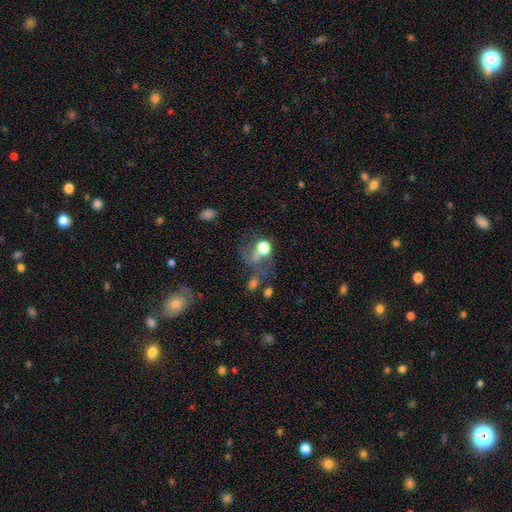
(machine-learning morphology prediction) Q: Smooth or featured?
A: smooth (41%); runner-up: featured or disk (30%)
Q: Merging?
A: none (32%); runner-up: major disturbance (30%)